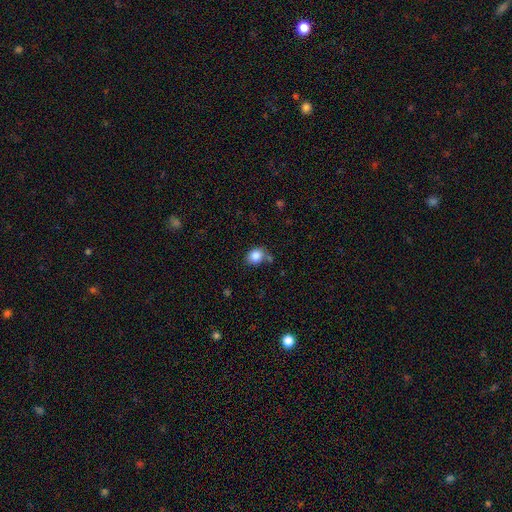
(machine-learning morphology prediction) Q: Smooth or featured?
A: smooth (85%); runner-up: star or artifact (9%)
Q: How rounded?
A: in between (51%); runner-up: round (48%)
Q: Merging?
A: none (68%); runner-up: minor disturbance (18%)